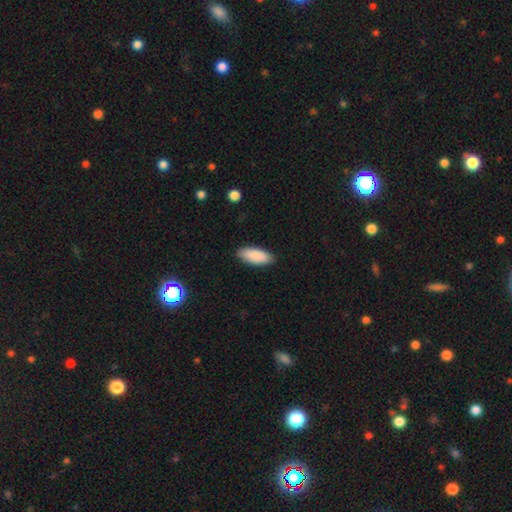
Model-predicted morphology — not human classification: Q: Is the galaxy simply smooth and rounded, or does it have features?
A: smooth — 89%.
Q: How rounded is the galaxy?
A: in between — 83%.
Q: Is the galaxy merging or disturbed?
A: none — 87%.